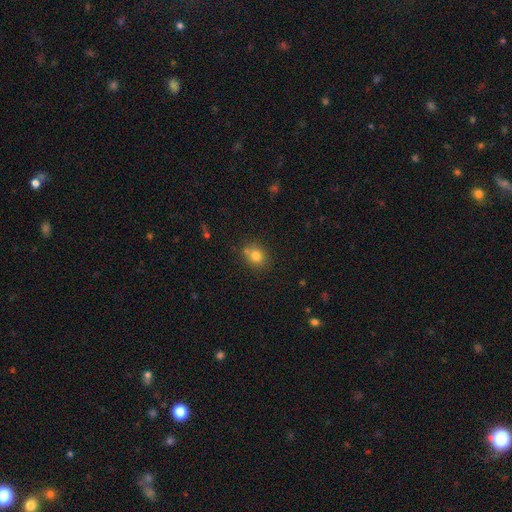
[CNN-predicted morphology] Q: Smooth or featured?
A: smooth (79%); runner-up: star or artifact (12%)
Q: How rounded?
A: round (72%); runner-up: in between (27%)
Q: Merging?
A: none (68%); runner-up: merger (15%)